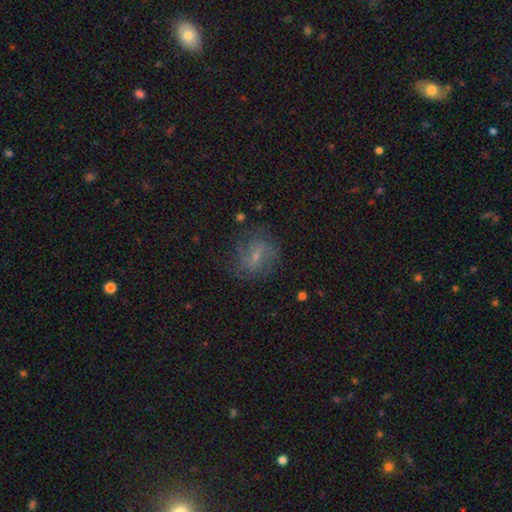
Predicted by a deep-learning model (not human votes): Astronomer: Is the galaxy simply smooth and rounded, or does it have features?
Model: featured or disk — 52% (runner-up: smooth, 36%).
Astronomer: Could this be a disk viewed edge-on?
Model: no — 95%.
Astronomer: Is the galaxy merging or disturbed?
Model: none — 67%.